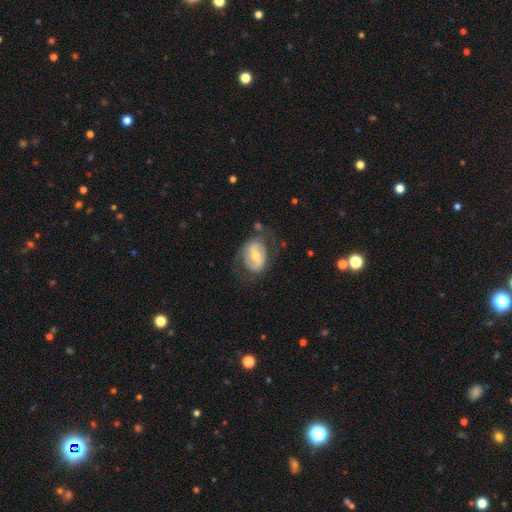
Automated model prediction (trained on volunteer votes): Morphology: type=featured or disk (57%); edge-on=no (95%); bar=weak (41%); spiral arms=yes (51%); bulge=moderate (59%); merging=none (56%).